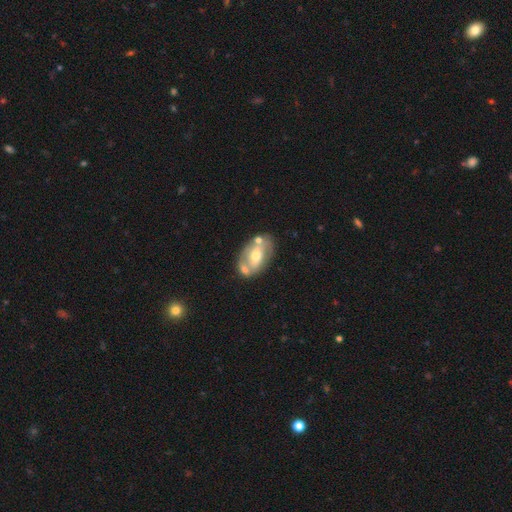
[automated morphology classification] Smooth or featured? Predicted: featured or disk (p=0.61). Edge-on disk? Predicted: no (p=0.92). Bar? Predicted: no (p=0.53). Spiral arms? Predicted: no (p=0.62). Bulge size? Predicted: moderate (p=0.68). Merging? Predicted: none (p=0.55).